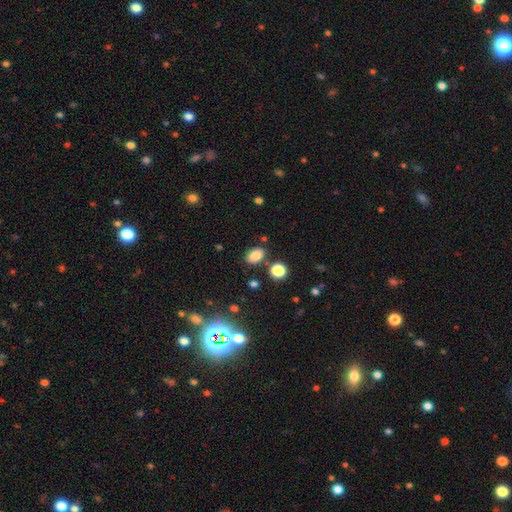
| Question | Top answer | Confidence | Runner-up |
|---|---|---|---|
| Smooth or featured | smooth | 85% | featured or disk (8%) |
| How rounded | in between | 82% | round (15%) |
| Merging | none | 86% | merger (8%) |